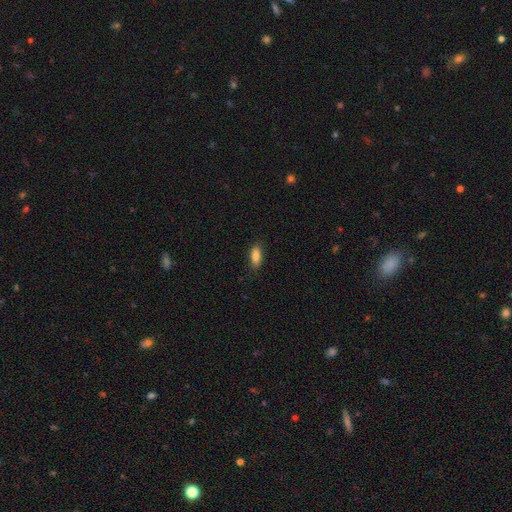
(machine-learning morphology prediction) Smooth or featured: smooth — 85% (featured or disk — 8%)
How rounded: in between — 77% (cigar-shaped — 21%)
Merging: none — 84% (minor disturbance — 12%)